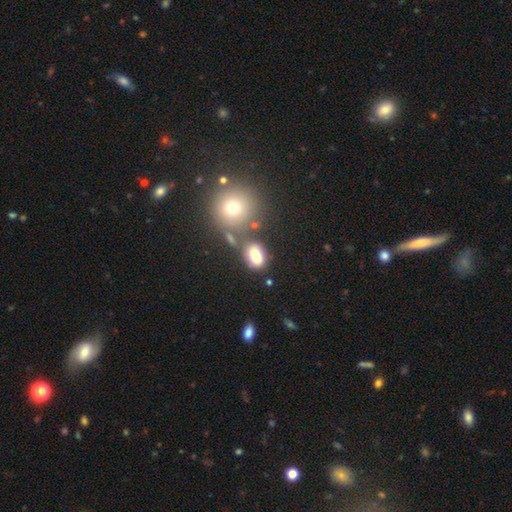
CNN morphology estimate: This appears to be a smooth galaxy with no disk features (78%) that is in between round and cigar-shaped (75%). Merging: none (62%).